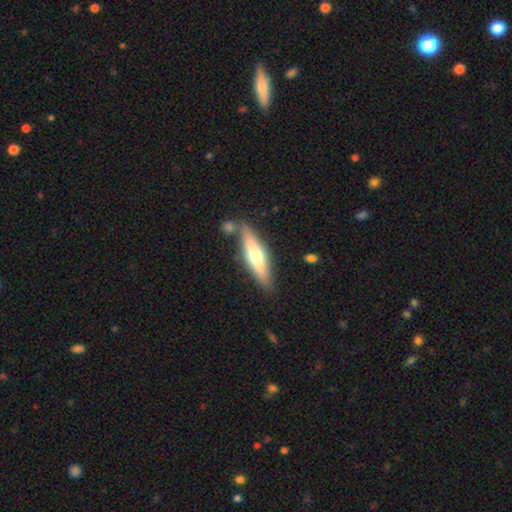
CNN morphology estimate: A smooth galaxy with no disk features (51%) that is cigar-shaped (73%). Merging: none (75%).